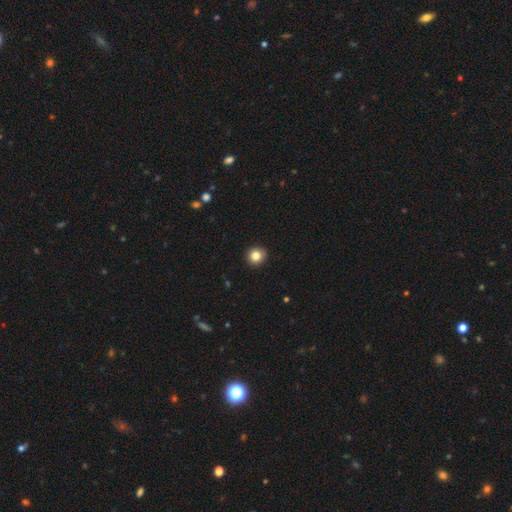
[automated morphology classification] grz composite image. It shows a smooth galaxy with no disk features (84%) that is round (93%). Merging: none (92%).